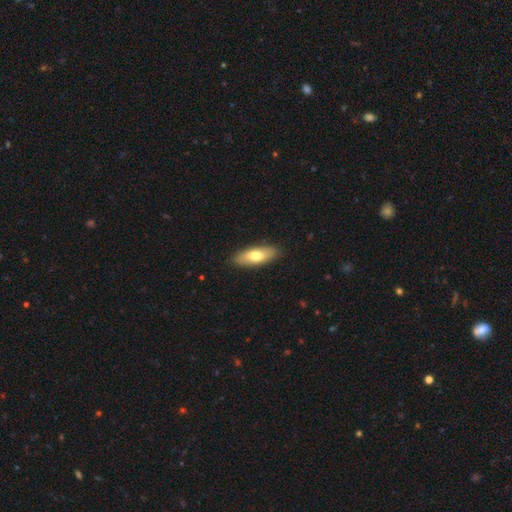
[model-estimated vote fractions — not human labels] A smooth galaxy with no disk features (70%) that is in between round and cigar-shaped (72%). Merging: none (89%).